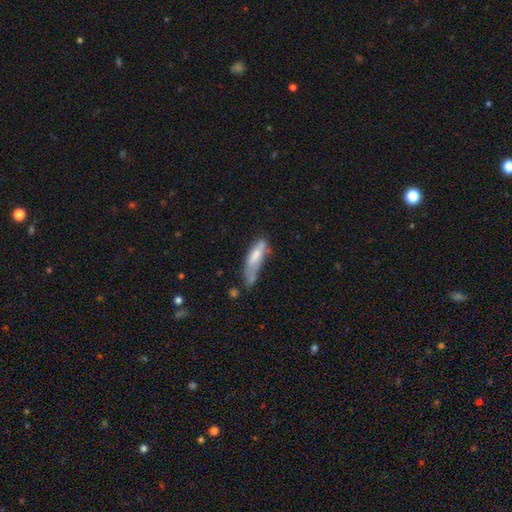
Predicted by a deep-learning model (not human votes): Overall: smooth (63%; featured or disk 30%). How rounded: cigar-shaped (59%; in between 39%). Merging: minor disturbance (32%; none 27%).